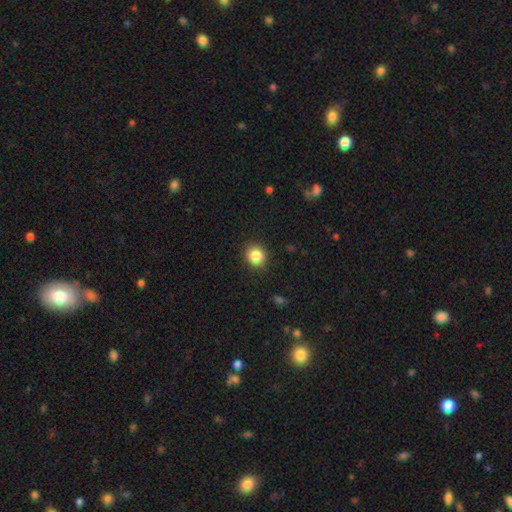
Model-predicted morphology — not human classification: smooth 85%, star or artifact 10%, featured or disk 5%. Down the decision tree: how rounded — round (86%); merging — none (90%).